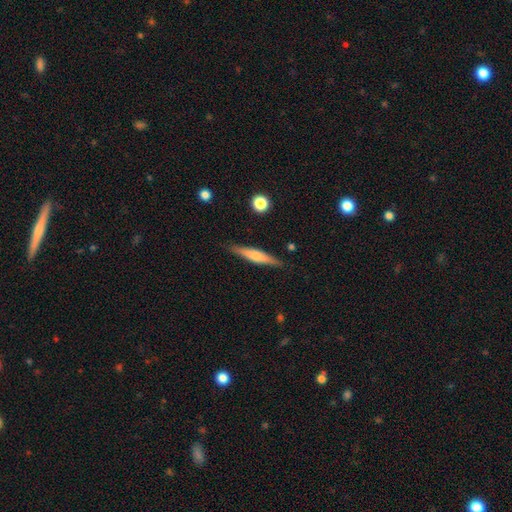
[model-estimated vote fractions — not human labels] Smooth or featured? featured or disk (49%)
Merging? none (87%)